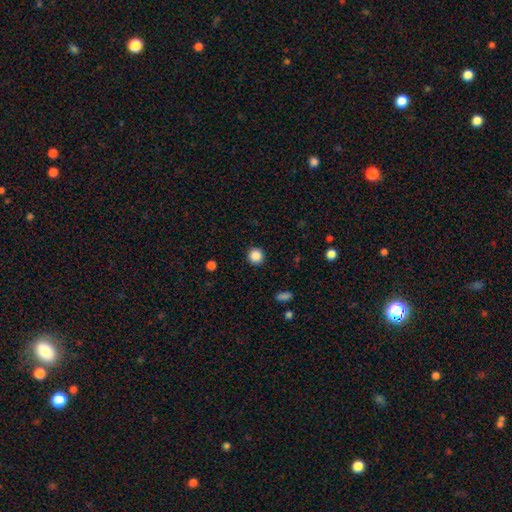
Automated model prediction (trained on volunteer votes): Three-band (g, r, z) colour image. It shows a smooth galaxy with no disk features (87%) that is round (94%). Merging: none (92%).